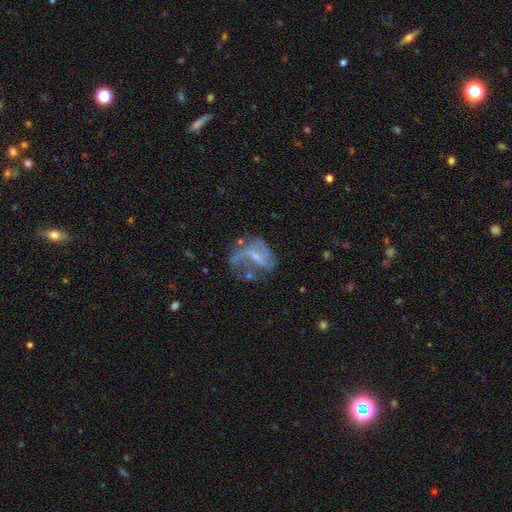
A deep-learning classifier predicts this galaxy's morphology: Smooth or featured?
  - featured or disk: 67% *
  - smooth: 22%
  - star or artifact: 11%
Edge-on disk?
  - no: 97% *
  - yes: 3%
Bar?
  - weak: 44% *
  - no: 41%
  - strong: 15%
Spiral arms?
  - yes: 58% *
  - no: 42%
Bulge size?
  - small: 49% *
  - none: 28%
  - moderate: 20%
  - large: 2%
  - dominant: 1%
Merging?
  - major disturbance: 41% *
  - none: 32%
  - minor disturbance: 20%
  - merger: 7%